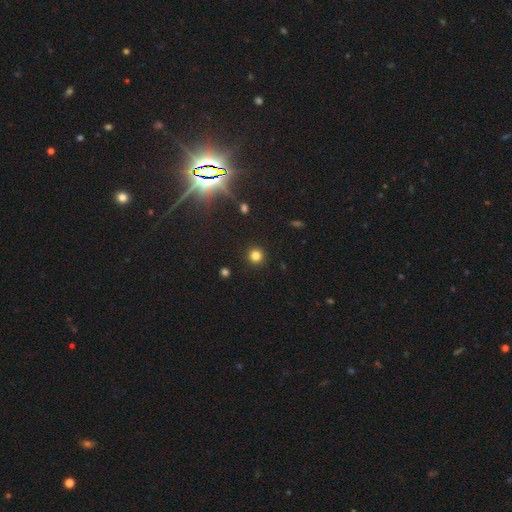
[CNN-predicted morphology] Smooth or featured? Predicted: smooth (p=0.80). How rounded? Predicted: round (p=0.94). Merging? Predicted: none (p=0.92).